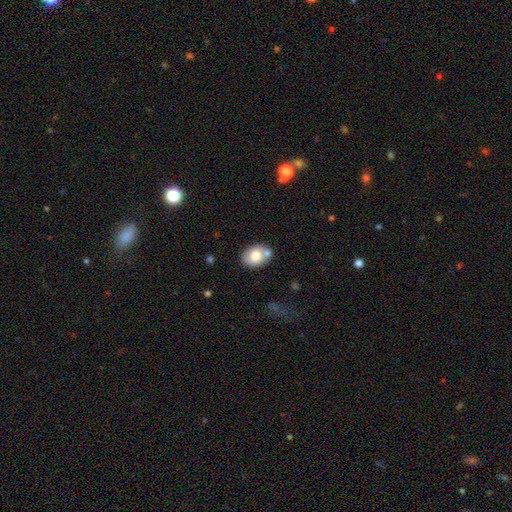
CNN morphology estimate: Smooth or featured: smooth — 73% (featured or disk — 20%)
How rounded: in between — 70% (round — 29%)
Merging: none — 63% (merger — 17%)